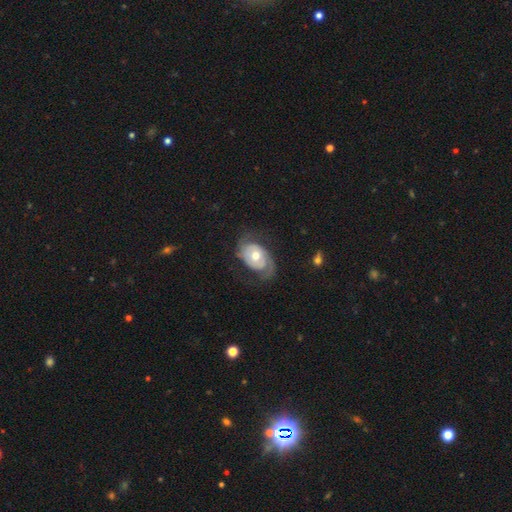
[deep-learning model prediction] featured or disk 72%, smooth 23%, star or artifact 6%. Down the decision tree: edge-on disk — no (96%); bar — no (75%); spiral arms — yes (86%); spiral arm count — 2 (65%); spiral winding — tight (38%); bulge size — moderate (71%); merging — none (57%).